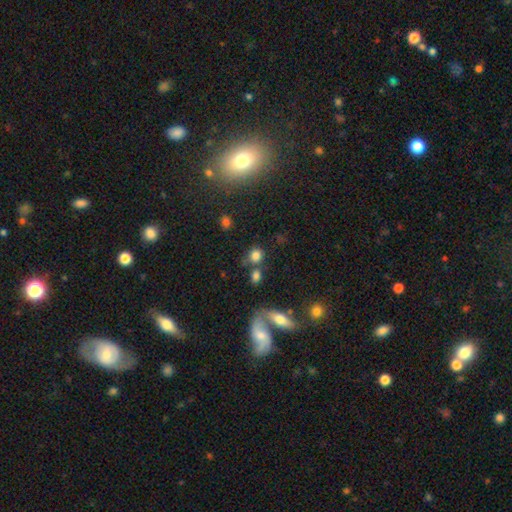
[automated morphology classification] Overall: smooth (80%). How rounded: round (76%). Merging: none (63%).